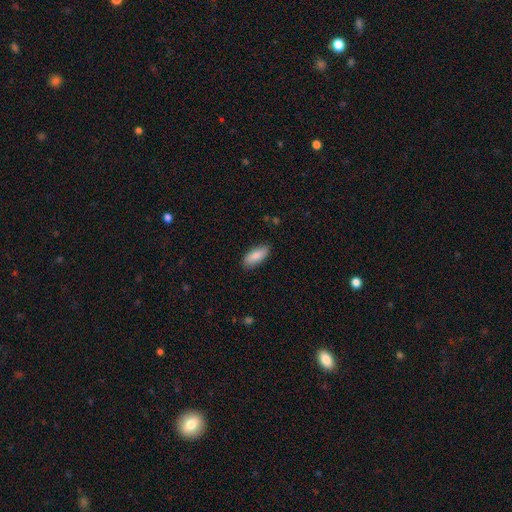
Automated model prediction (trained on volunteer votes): Smooth or featured?
  - smooth: 86% *
  - featured or disk: 8%
  - star or artifact: 6%
How rounded?
  - in between: 83% *
  - cigar-shaped: 15%
  - round: 2%
Merging?
  - none: 87% *
  - minor disturbance: 10%
  - major disturbance: 2%
  - merger: 1%